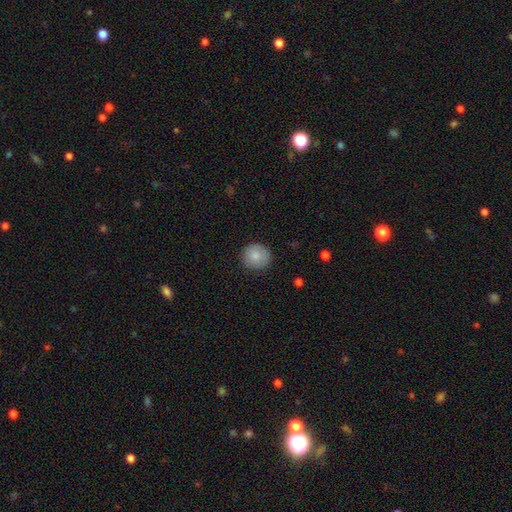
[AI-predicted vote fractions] This is clearly a smooth galaxy (86%). How rounded: clearly round (91%). Merging: clearly none (88%).